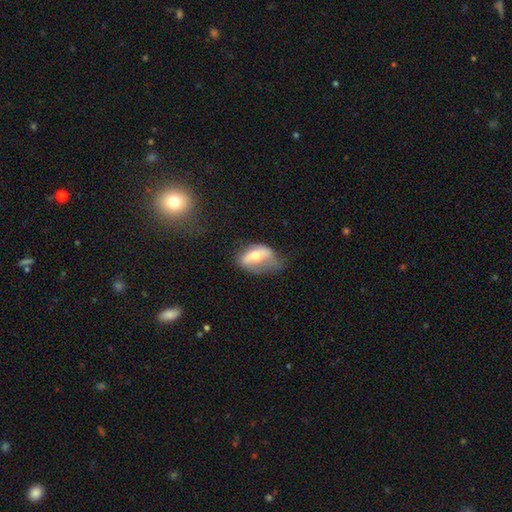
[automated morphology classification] Overall: featured or disk (47%; smooth 46%). Merging: minor disturbance (36%; none 33%).